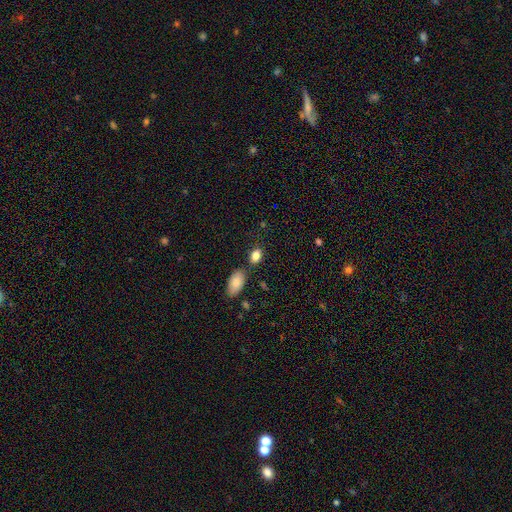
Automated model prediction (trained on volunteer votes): This is clearly a smooth galaxy (85%). How rounded: clearly in between (81%). Merging: likely none (70%).